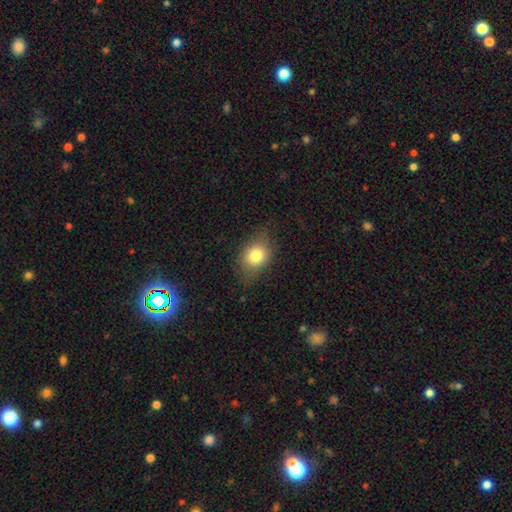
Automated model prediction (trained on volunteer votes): smooth_or_featured: smooth (p=0.77) [alt: featured or disk p=0.12]
how_rounded: in between (p=0.58) [alt: round p=0.40]
merging: none (p=0.73) [alt: minor disturbance p=0.19]